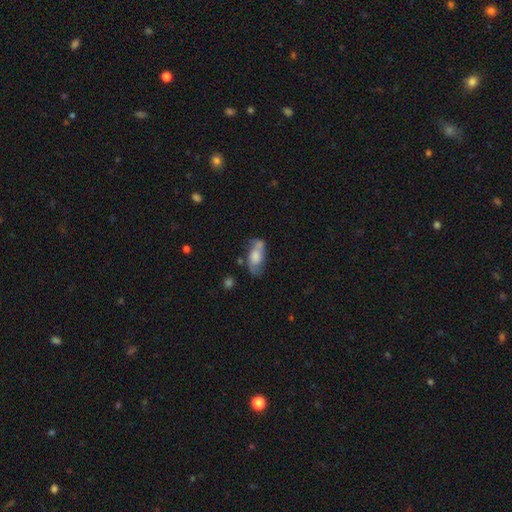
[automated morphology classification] Overall: smooth (52%; featured or disk 40%). How rounded: in between (83%). Merging: none (45%; minor disturbance 26%).